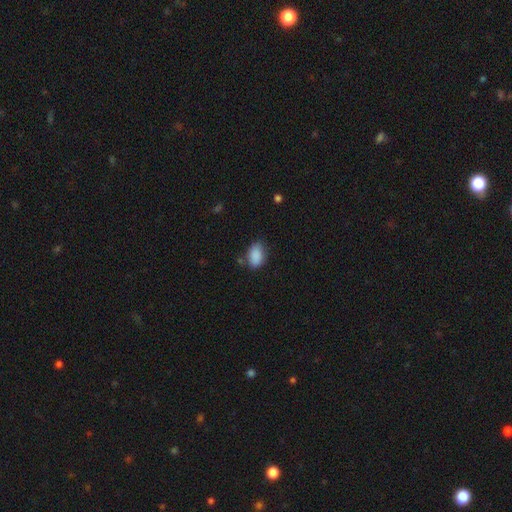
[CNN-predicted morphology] This is clearly a smooth galaxy (88%). How rounded: clearly in between (86%). Merging: likely none (68%).